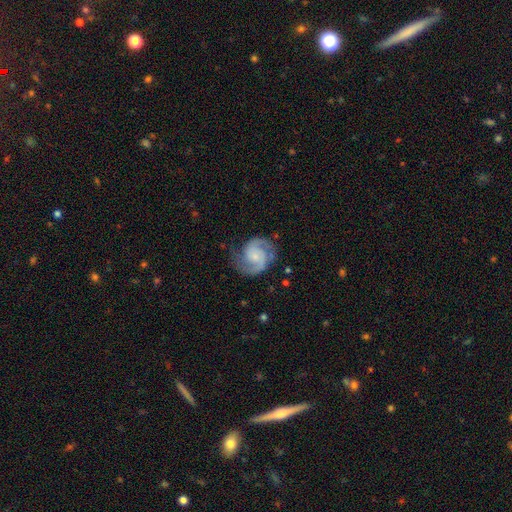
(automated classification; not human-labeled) A featured or disk galaxy (87%) with no bar (60%), 2 (88%) medium (52%) spiral arms (97%) and a small central bulge (52%). Merging: none (72%).